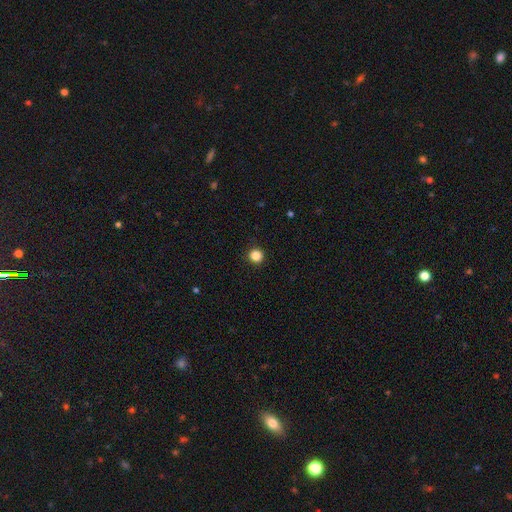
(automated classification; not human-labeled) This appears to be a smooth galaxy with no disk features (85%) that is round (95%). Merging: none (93%).